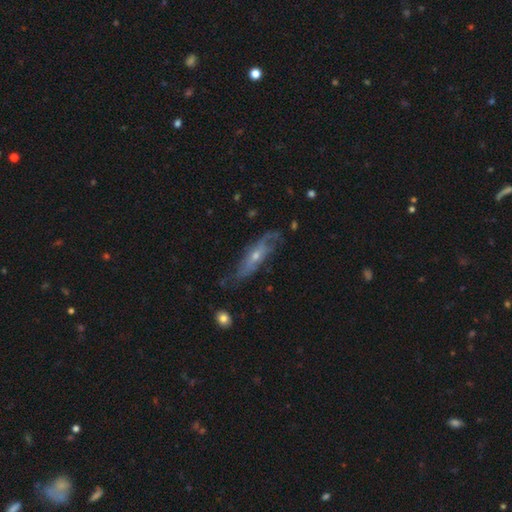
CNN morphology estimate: This is likely a featured or disk galaxy (71%). It is likely not viewed edge-on (63%). Merging: possibly none (60%).